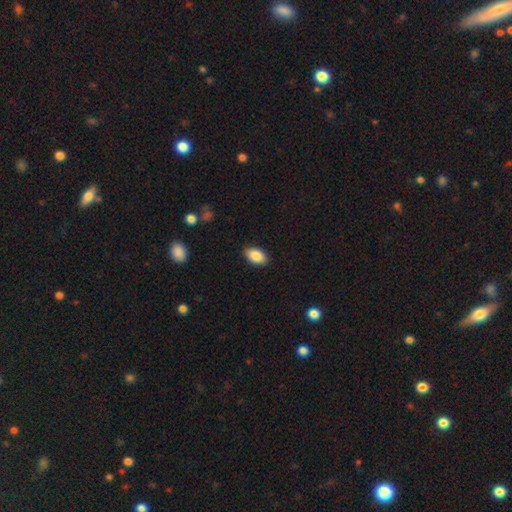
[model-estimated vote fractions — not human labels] The model was most divided on "merging": none: 88%, minor disturbance: 9%, major disturbance: 2%, merger: 1%. More confident: how rounded — in between (93%); smooth or featured — smooth (88%).